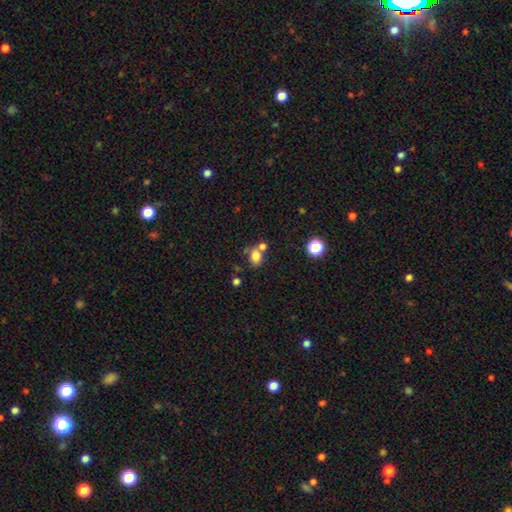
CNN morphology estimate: A smooth galaxy with no disk features (79%) that is in between round and cigar-shaped (66%).

Vote fractions:
- Smooth or featured? smooth: 79% / star or artifact: 12% / featured or disk: 9%
- How rounded? in between: 66% / round: 33% / cigar-shaped: 1%
- Merging? none: 50% / merger: 33% / minor disturbance: 12% / major disturbance: 5%